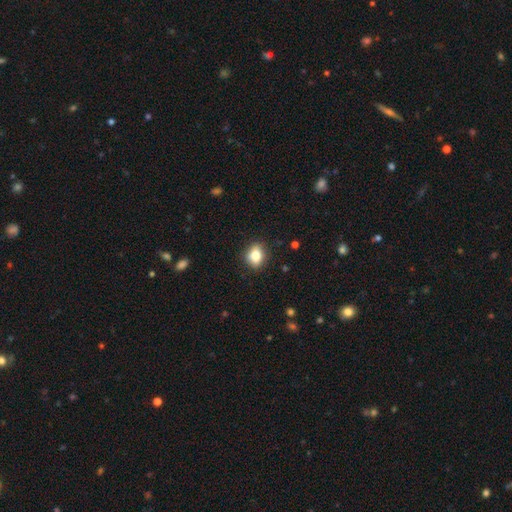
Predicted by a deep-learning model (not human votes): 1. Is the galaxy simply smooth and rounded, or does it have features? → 79% smooth, 12% featured or disk, 9% star or artifact.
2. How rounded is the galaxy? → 59% in between, 39% round, 2% cigar-shaped.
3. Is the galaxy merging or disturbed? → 85% none, 12% minor disturbance, 3% major disturbance, 1% merger.